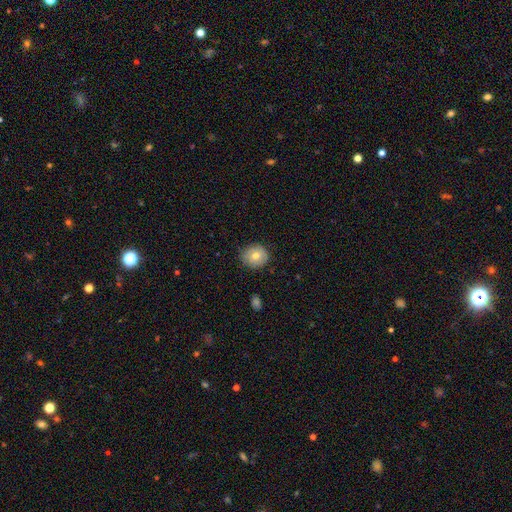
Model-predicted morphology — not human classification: This is likely a smooth galaxy (71%). How rounded: clearly round (83%). Merging: clearly none (84%).